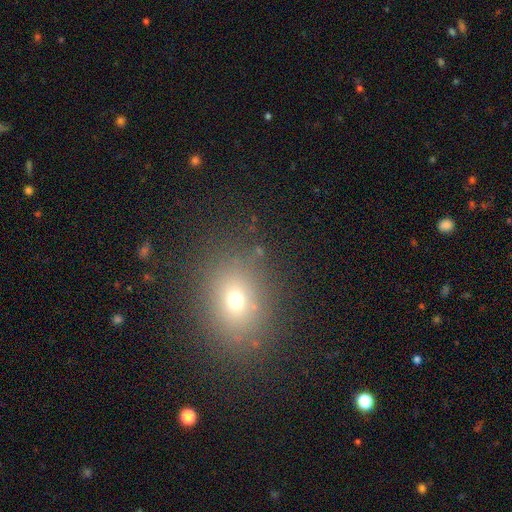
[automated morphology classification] smooth_or_featured: smooth (p=0.65) [alt: star or artifact p=0.23]
how_rounded: in between (p=0.50) [alt: round p=0.49]
merging: none (p=0.83) [alt: minor disturbance p=0.10]